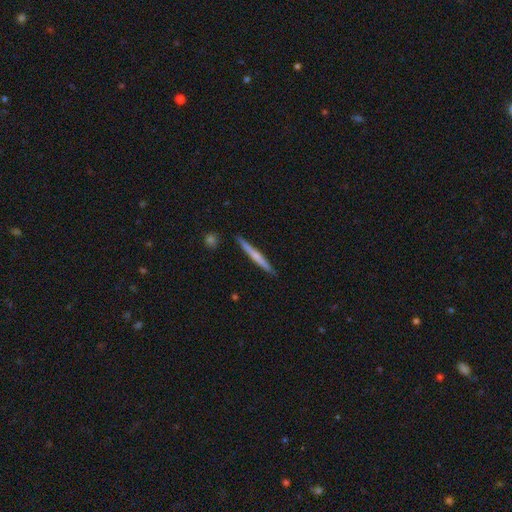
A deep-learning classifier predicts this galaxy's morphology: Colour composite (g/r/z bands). It shows a smooth galaxy with no disk features (51%) that is cigar-shaped (96%). Merging: none (90%).